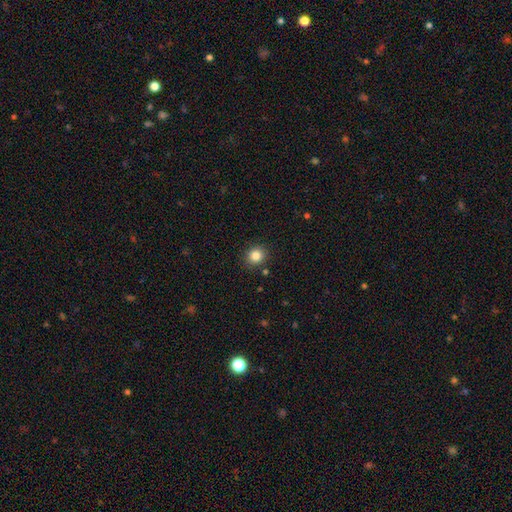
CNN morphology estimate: Smooth or featured: smooth — 83% (star or artifact — 11%)
How rounded: round — 86% (in between — 14%)
Merging: none — 89% (minor disturbance — 7%)